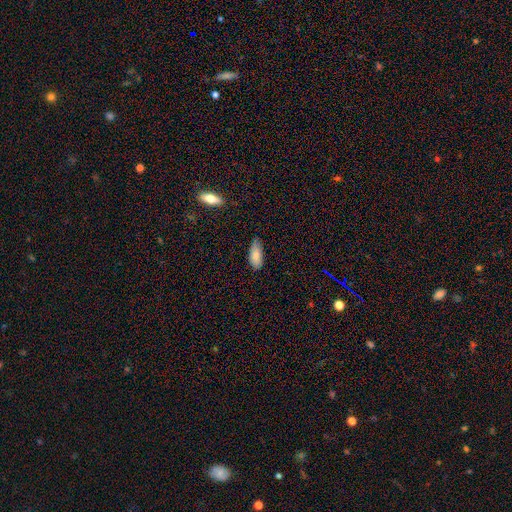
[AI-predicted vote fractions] A smooth galaxy with no disk features (78%) that is in between round and cigar-shaped (87%).

Vote fractions:
- Smooth or featured? smooth: 78% / featured or disk: 15% / star or artifact: 7%
- How rounded? in between: 87% / cigar-shaped: 11% / round: 2%
- Merging? none: 69% / minor disturbance: 26% / major disturbance: 4% / merger: 1%